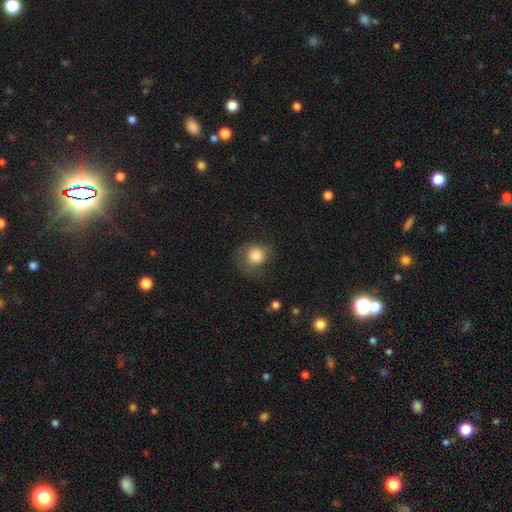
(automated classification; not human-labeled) Smooth or featured? Predicted: smooth (p=0.80). How rounded? Predicted: round (p=0.81). Merging? Predicted: none (p=0.51).